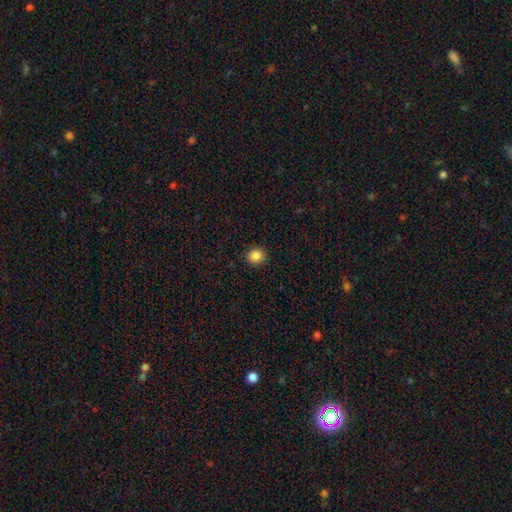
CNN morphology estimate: smooth_or_featured: smooth (p=0.87) [alt: star or artifact p=0.10]
how_rounded: round (p=0.82) [alt: in between p=0.17]
merging: none (p=0.91) [alt: minor disturbance p=0.06]